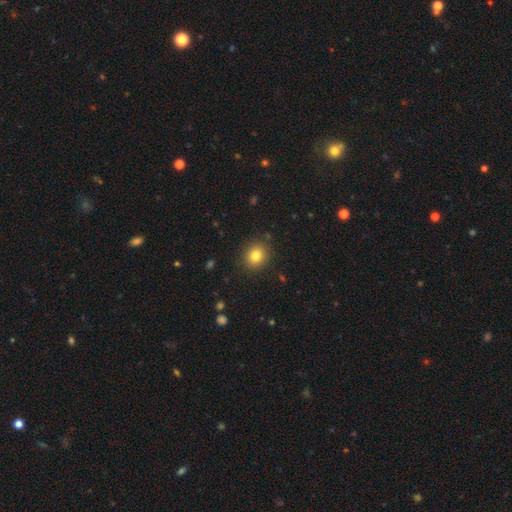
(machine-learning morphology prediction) Smooth or featured? Predicted: smooth (p=0.81). How rounded? Predicted: round (p=0.75). Merging? Predicted: none (p=0.88).